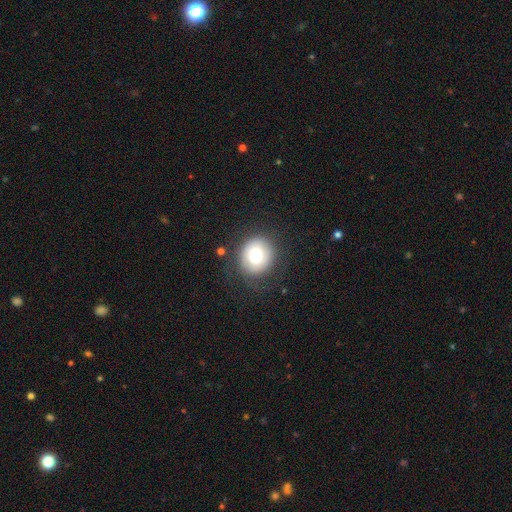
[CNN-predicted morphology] smooth-or-featured: smooth: 73% | featured or disk: 17% | star or artifact: 10%
  how-rounded: round: 82% | in between: 17% | cigar-shaped: 1%
  merging: none: 79% | minor disturbance: 13% | major disturbance: 7% | merger: 1%